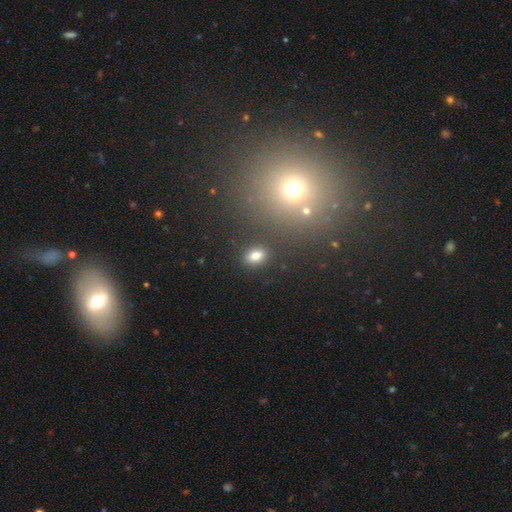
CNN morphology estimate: smooth 81%, star or artifact 12%, featured or disk 7%. Down the decision tree: how rounded — in between (78%); merging — none (85%).